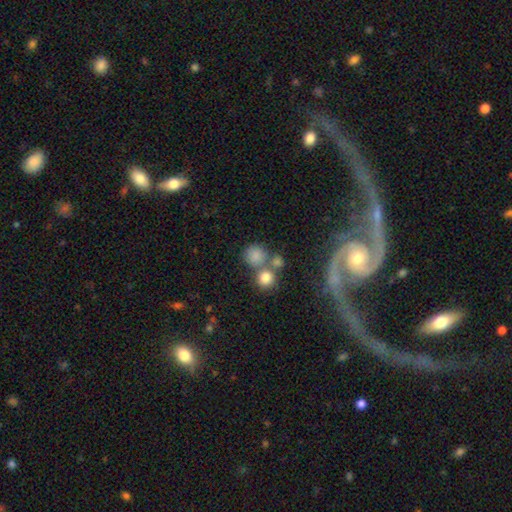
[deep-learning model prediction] Smooth or featured?
  - smooth: 78% *
  - star or artifact: 13%
  - featured or disk: 9%
How rounded?
  - round: 85% *
  - in between: 14%
  - cigar-shaped: 1%
Merging?
  - none: 49% *
  - merger: 36%
  - minor disturbance: 10%
  - major disturbance: 5%